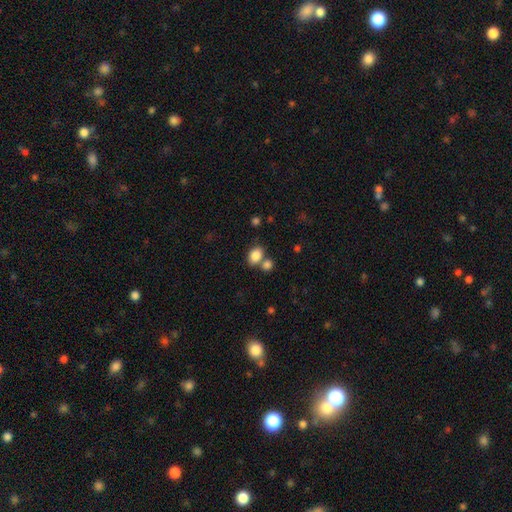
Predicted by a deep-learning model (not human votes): smooth_or_featured: smooth (p=0.85) [alt: star or artifact p=0.09]
how_rounded: in between (p=0.73) [alt: round p=0.26]
merging: none (p=0.54) [alt: merger p=0.31]